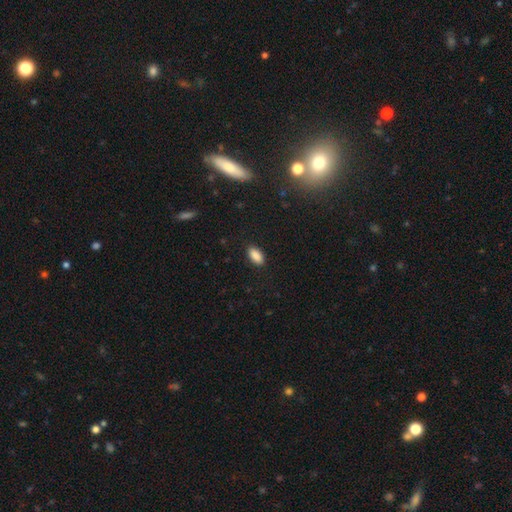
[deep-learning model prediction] This is clearly a smooth galaxy (88%). How rounded: clearly in between (91%). Merging: clearly none (88%).